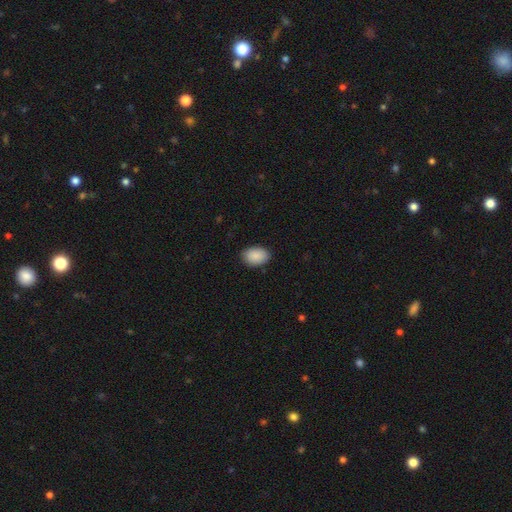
Smooth or featured? smooth (90%)
How rounded? in between (69%)
Merging? none (92%)